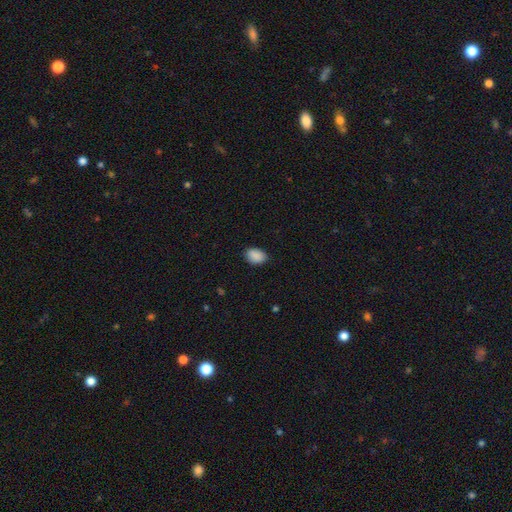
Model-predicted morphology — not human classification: smooth-or-featured: smooth: 90% | star or artifact: 7% | featured or disk: 3%
  how-rounded: in between: 80% | round: 19% | cigar-shaped: 1%
  merging: none: 83% | minor disturbance: 13% | major disturbance: 3% | merger: 1%